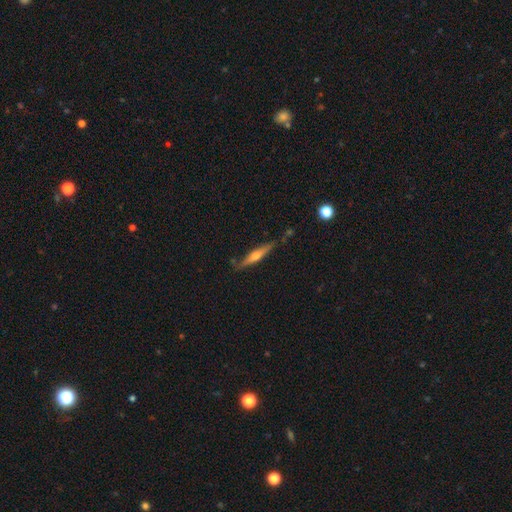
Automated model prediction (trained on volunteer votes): Smooth or featured? Predicted: featured or disk (p=0.64). Edge-on disk? Predicted: yes (p=0.95). Edge-on bulge? Predicted: rounded (p=0.87). Merging? Predicted: none (p=0.74).